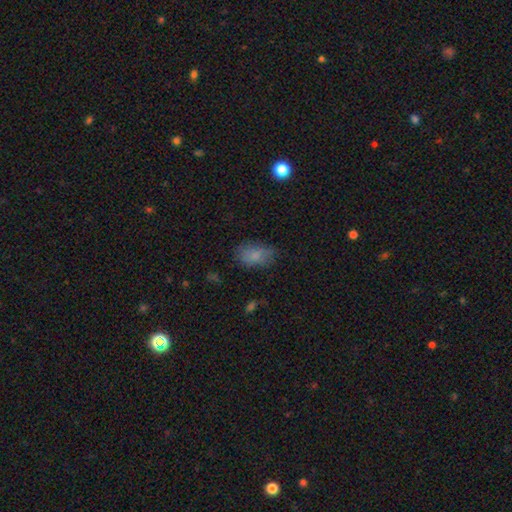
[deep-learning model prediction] Smooth or featured: smooth — 80% (featured or disk — 10%)
How rounded: in between — 89% (round — 9%)
Merging: none — 63% (minor disturbance — 26%)